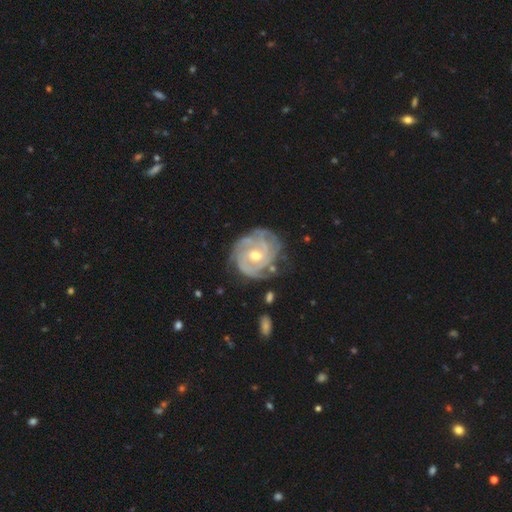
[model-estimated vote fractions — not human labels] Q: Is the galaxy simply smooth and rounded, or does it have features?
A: featured or disk — 87%.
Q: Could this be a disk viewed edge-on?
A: no — 98%.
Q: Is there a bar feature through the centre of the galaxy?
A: no — 58%.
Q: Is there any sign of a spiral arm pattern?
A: yes — 95%.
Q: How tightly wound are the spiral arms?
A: tight — 72%.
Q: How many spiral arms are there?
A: can't tell — 30%.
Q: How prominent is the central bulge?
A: moderate — 57%.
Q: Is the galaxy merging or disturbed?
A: none — 67%.